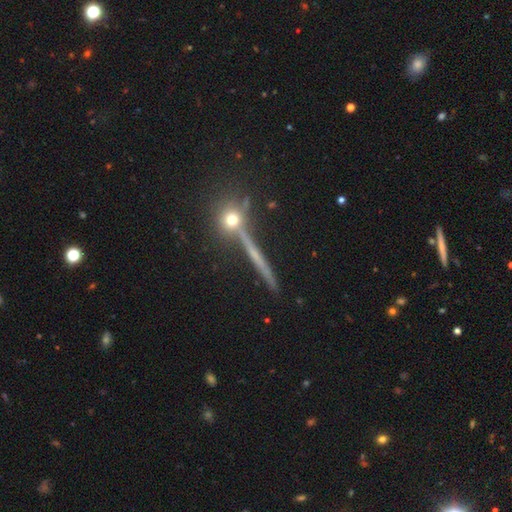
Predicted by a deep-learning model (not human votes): A featured or disk galaxy (55%) viewed edge-on (94%) with no central bulge (82%). Merging: none (82%).